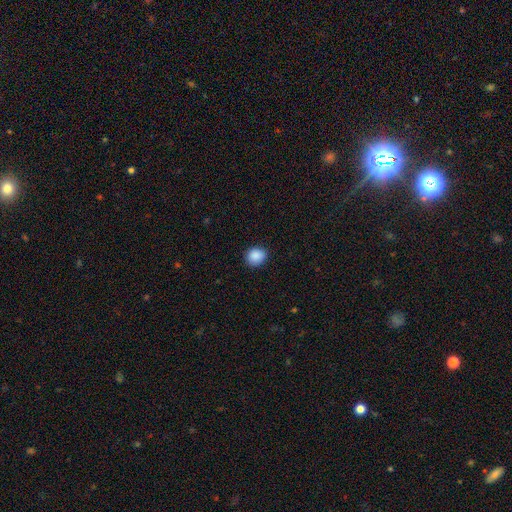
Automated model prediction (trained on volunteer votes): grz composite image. It shows a smooth galaxy with no disk features (89%) that is round (71%). Merging: none (88%).